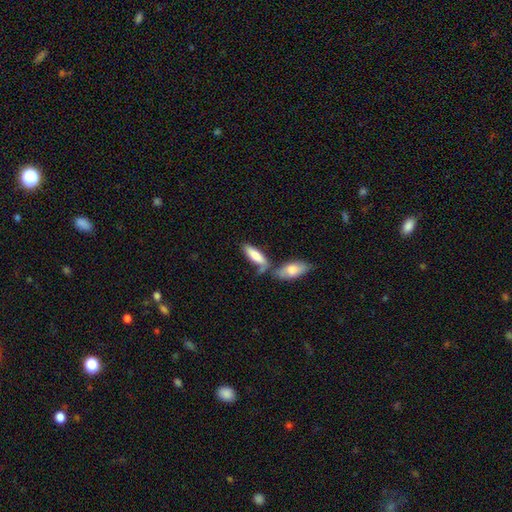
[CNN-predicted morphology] Q: Smooth or featured?
A: smooth (78%); runner-up: featured or disk (17%)
Q: How rounded?
A: in between (58%); runner-up: cigar-shaped (40%)
Q: Merging?
A: none (41%); runner-up: merger (38%)